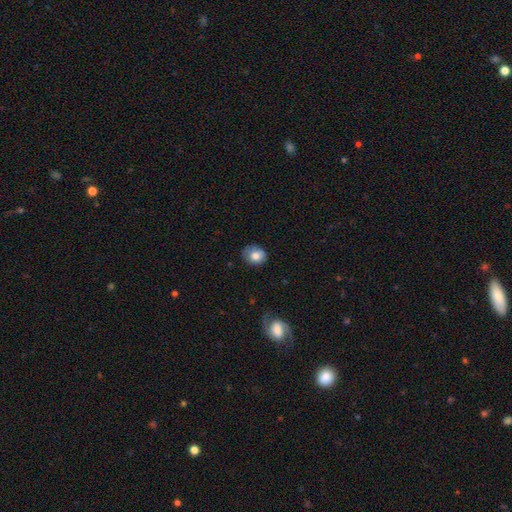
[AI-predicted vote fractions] Q: Smooth or featured?
A: smooth (78%); runner-up: featured or disk (14%)
Q: How rounded?
A: round (65%); runner-up: in between (34%)
Q: Merging?
A: none (69%); runner-up: minor disturbance (23%)